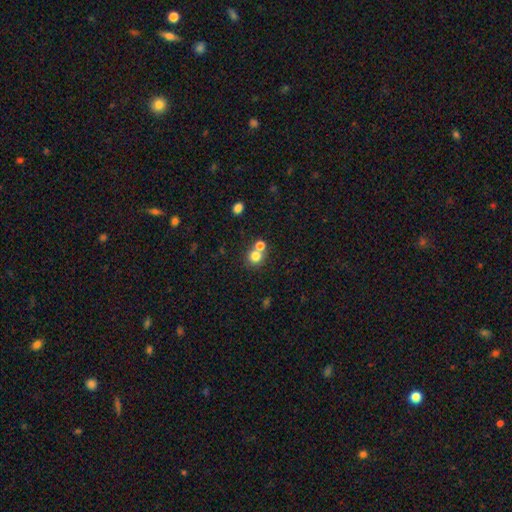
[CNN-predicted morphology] This appears to be a smooth galaxy with no disk features (78%) that is round (85%). Merging: none (51%).